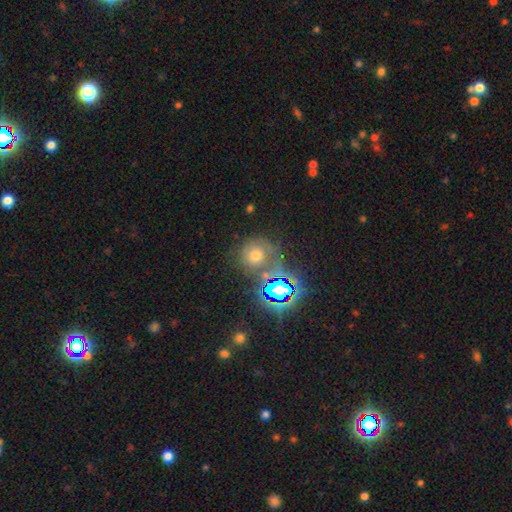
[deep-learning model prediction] Overall: smooth (49%; star or artifact 31%). Merging: none (61%).